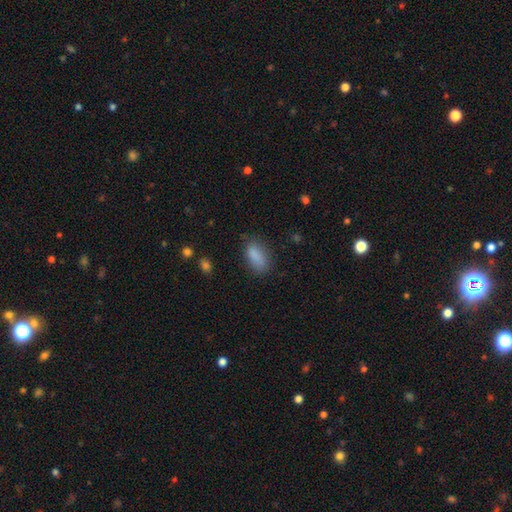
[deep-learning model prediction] A smooth galaxy with no disk features (85%) that is in between round and cigar-shaped (89%). Merging: none (70%).